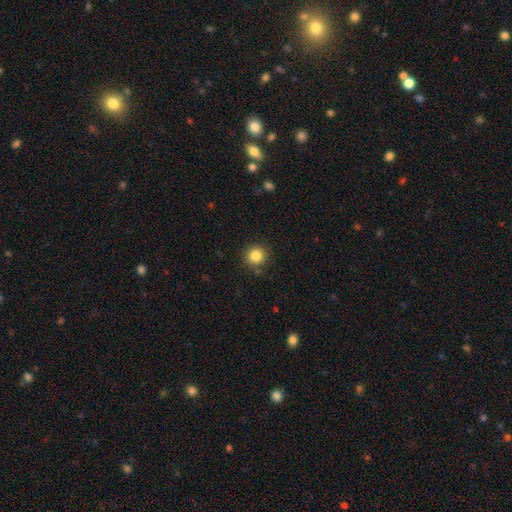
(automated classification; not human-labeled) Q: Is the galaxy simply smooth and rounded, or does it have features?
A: smooth — 84%.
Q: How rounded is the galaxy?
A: round — 94%.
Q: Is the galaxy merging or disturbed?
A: none — 86%.